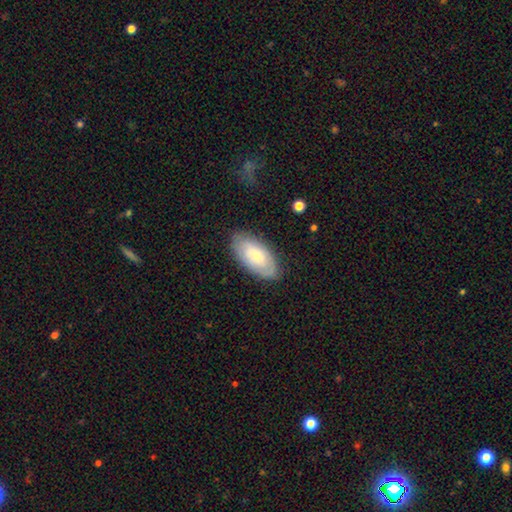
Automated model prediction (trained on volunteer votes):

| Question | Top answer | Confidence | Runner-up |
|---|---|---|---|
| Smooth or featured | smooth | 63% | featured or disk (31%) |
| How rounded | in between | 93% | cigar-shaped (4%) |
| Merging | none | 82% | minor disturbance (14%) |